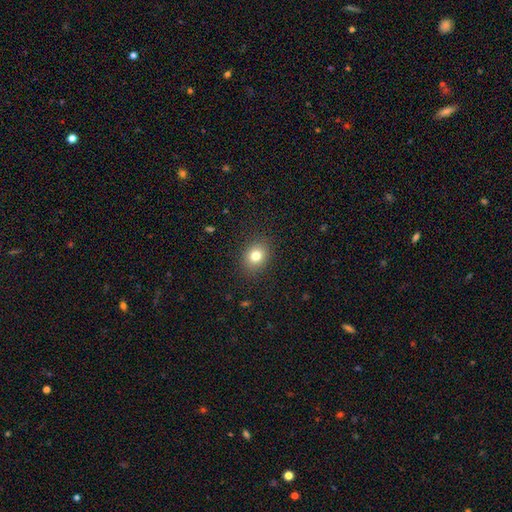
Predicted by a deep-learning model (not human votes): Morphology: type=smooth (79%); roundness=round (50%); merging=none (88%).